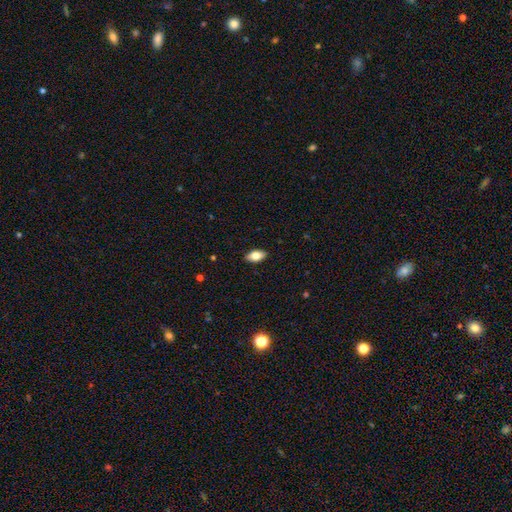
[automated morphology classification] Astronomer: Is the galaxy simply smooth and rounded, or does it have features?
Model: smooth — 79%.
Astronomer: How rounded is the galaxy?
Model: in between — 92%.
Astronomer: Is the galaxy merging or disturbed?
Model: none — 89%.